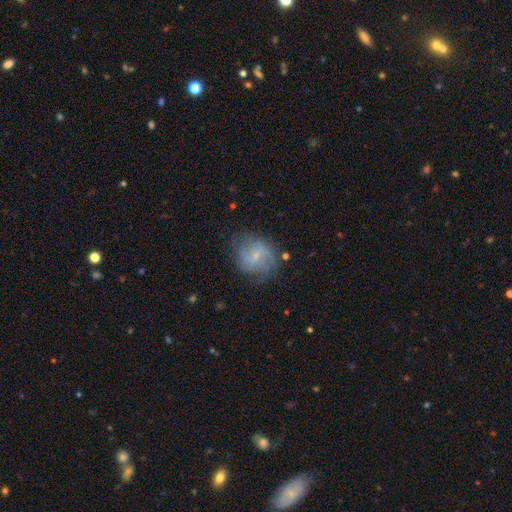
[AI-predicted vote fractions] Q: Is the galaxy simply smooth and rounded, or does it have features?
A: featured or disk — 55%.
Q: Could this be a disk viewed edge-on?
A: no — 97%.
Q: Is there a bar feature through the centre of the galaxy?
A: weak — 54%.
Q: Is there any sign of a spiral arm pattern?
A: yes — 73%.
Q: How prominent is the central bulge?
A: small — 66%.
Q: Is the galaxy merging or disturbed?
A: none — 66%.